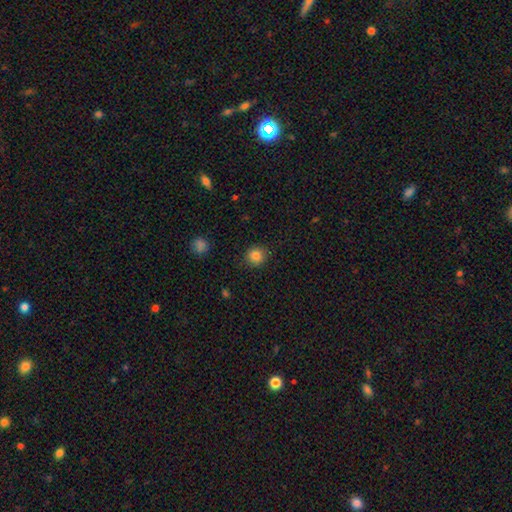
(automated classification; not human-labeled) smooth_or_featured: smooth (p=0.84) [alt: star or artifact p=0.11]
how_rounded: round (p=0.90) [alt: in between p=0.09]
merging: none (p=0.89) [alt: minor disturbance p=0.08]